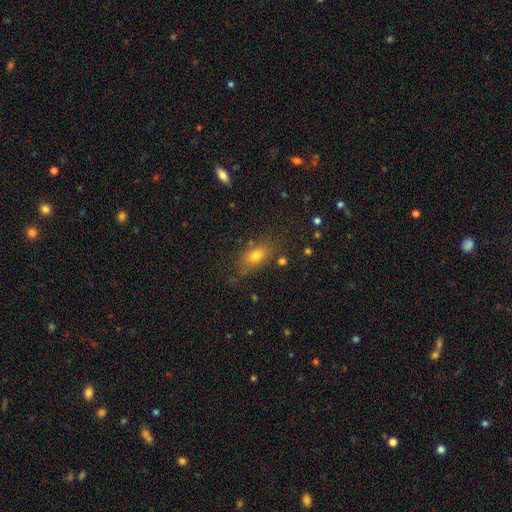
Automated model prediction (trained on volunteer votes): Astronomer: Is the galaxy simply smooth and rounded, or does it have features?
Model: smooth — 72%.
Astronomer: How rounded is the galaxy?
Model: in between — 74%.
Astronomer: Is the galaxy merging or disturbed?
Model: none — 72%.